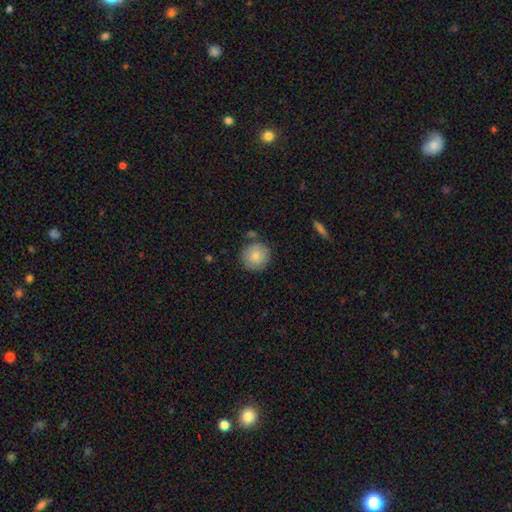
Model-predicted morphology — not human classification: A smooth galaxy with no disk features (79%) that is round (93%). Merging: none (81%).